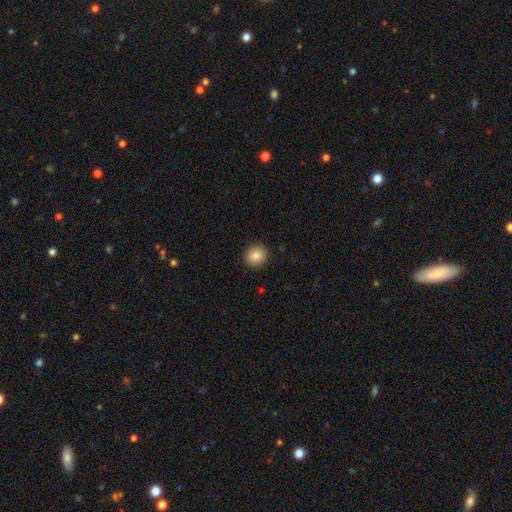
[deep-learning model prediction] Smooth or featured? smooth (86%)
How rounded? round (88%)
Merging? none (91%)